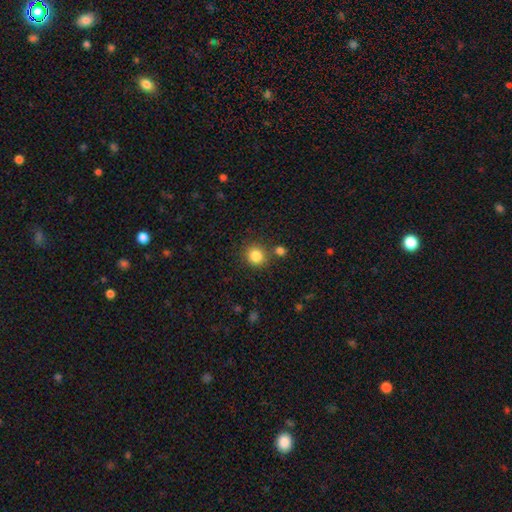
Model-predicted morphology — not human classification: This is clearly a smooth galaxy (85%). How rounded: clearly round (85%). Merging: likely none (77%).